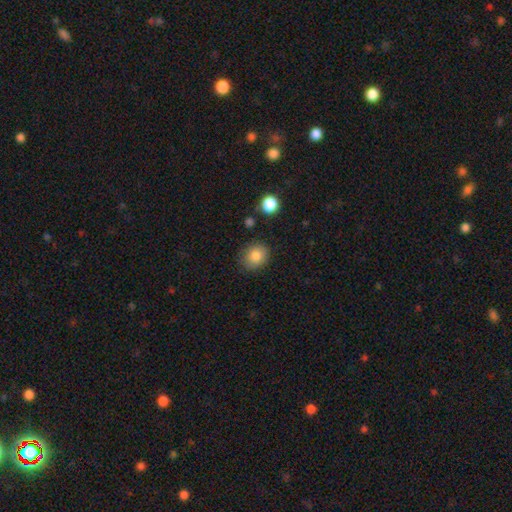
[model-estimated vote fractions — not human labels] Smooth or featured: smooth — 84% (star or artifact — 9%)
How rounded: round — 67% (in between — 32%)
Merging: none — 80% (minor disturbance — 13%)